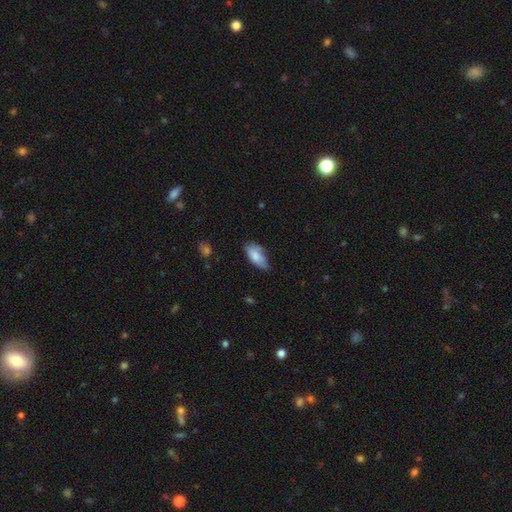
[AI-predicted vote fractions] A smooth galaxy with no disk features (79%) that is in between round and cigar-shaped (86%). Merging: none (53%).